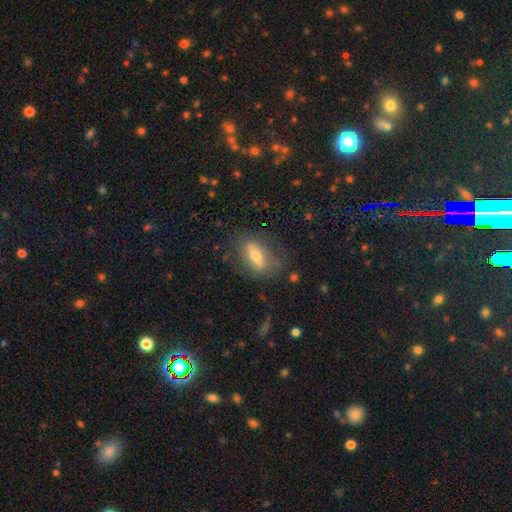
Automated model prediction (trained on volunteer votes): A smooth galaxy with no disk features (61%) that is in between round and cigar-shaped (79%). Merging: none (71%).